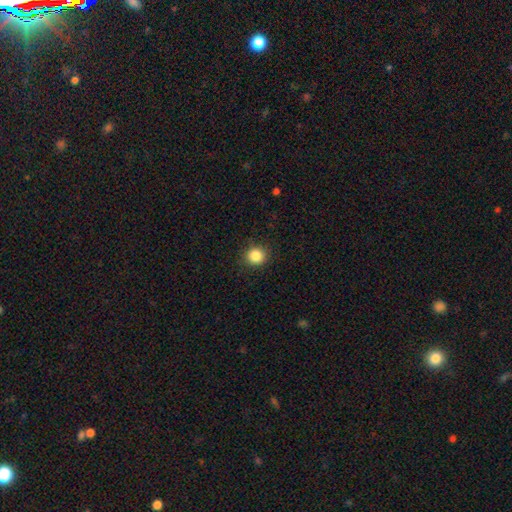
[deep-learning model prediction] Overall: smooth (86%). How rounded: round (90%). Merging: none (91%).